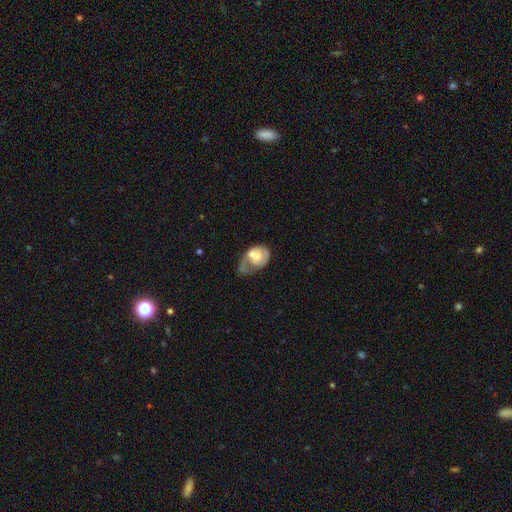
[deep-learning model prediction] The model was most divided on "smooth or featured": featured or disk: 51%, smooth: 42%, star or artifact: 7%. Remaining: edge-on disk — no (97%); merging — major disturbance (38%).